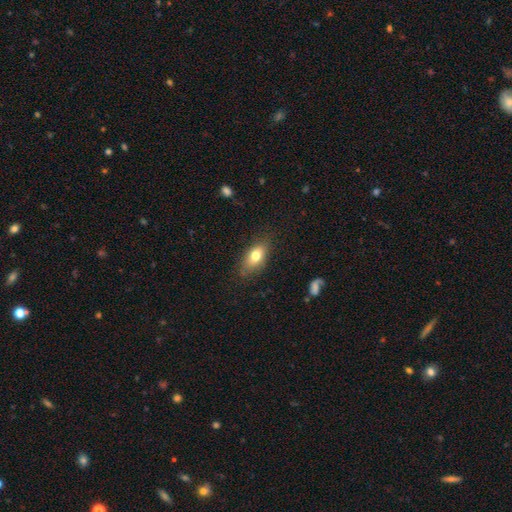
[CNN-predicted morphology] Smooth or featured?
  - smooth: 74% *
  - featured or disk: 18%
  - star or artifact: 8%
How rounded?
  - in between: 85% *
  - round: 8%
  - cigar-shaped: 7%
Merging?
  - none: 78% *
  - minor disturbance: 16%
  - major disturbance: 4%
  - merger: 1%